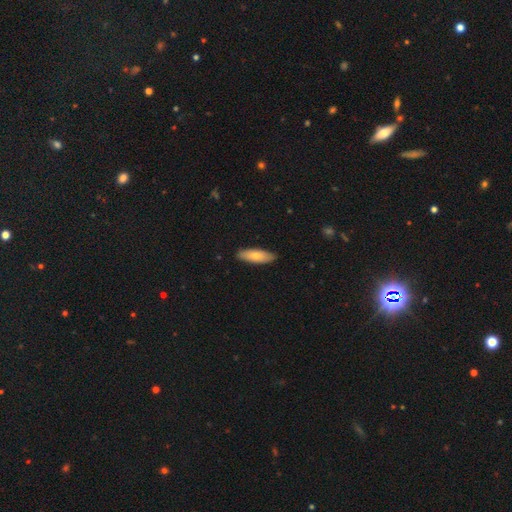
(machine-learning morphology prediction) smooth-or-featured: smooth: 72% | featured or disk: 23% | star or artifact: 6%
  how-rounded: in between: 57% | cigar-shaped: 41% | round: 2%
  merging: none: 88% | minor disturbance: 9% | major disturbance: 2% | merger: 1%